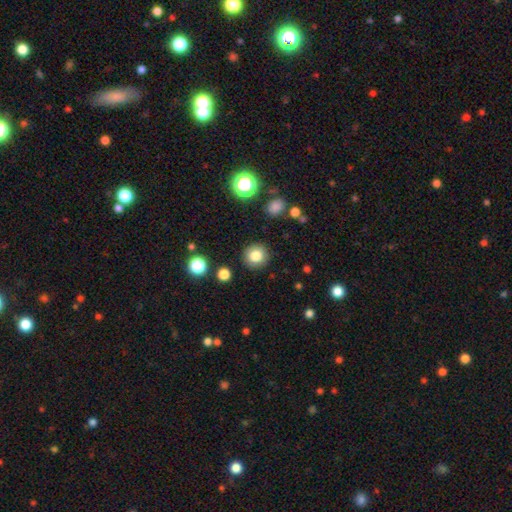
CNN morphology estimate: type=smooth (81%); roundness=round (92%); merging=none (89%).